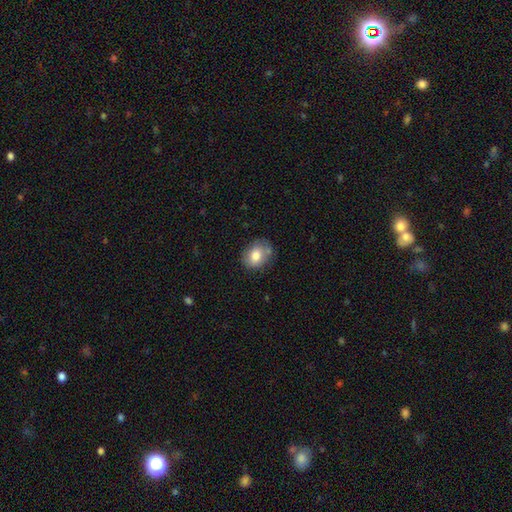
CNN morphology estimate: Q: Smooth or featured?
A: smooth (78%); runner-up: featured or disk (14%)
Q: How rounded?
A: in between (52%); runner-up: round (47%)
Q: Merging?
A: none (66%); runner-up: minor disturbance (22%)